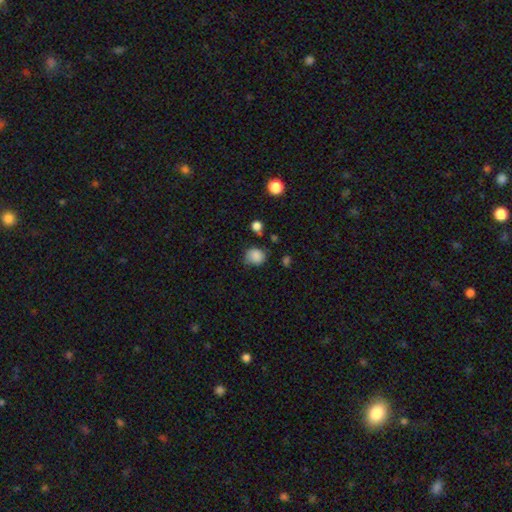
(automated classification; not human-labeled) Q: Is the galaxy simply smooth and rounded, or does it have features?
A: smooth — 84%.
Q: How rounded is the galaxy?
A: round — 73%.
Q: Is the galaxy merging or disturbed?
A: none — 62%.